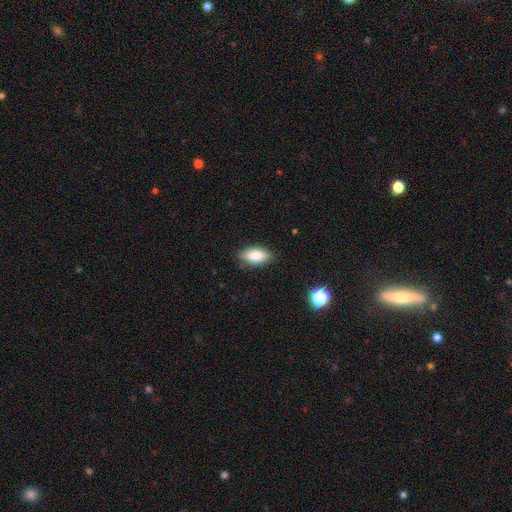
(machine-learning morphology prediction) Smooth or featured: smooth — 84% (featured or disk — 9%)
How rounded: in between — 90% (cigar-shaped — 6%)
Merging: none — 84% (minor disturbance — 12%)